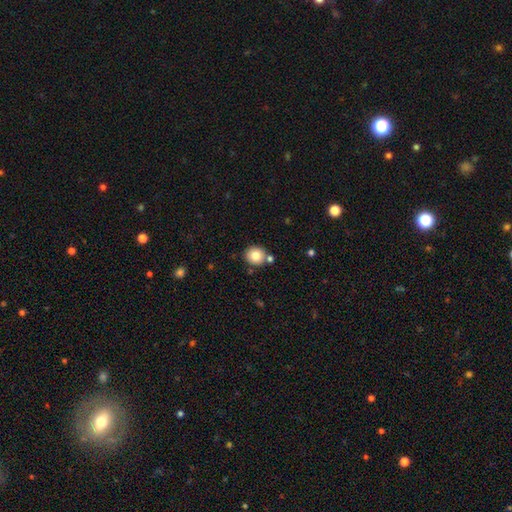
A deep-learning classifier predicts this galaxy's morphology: smooth 81%, star or artifact 10%, featured or disk 10%. Down the decision tree: how rounded — round (85%); merging — none (78%).